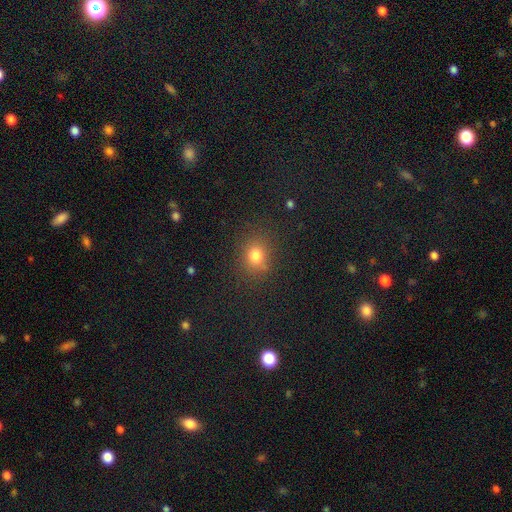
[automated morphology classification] smooth 78%, star or artifact 16%, featured or disk 6%. Down the decision tree: how rounded — round (65%); merging — none (81%).